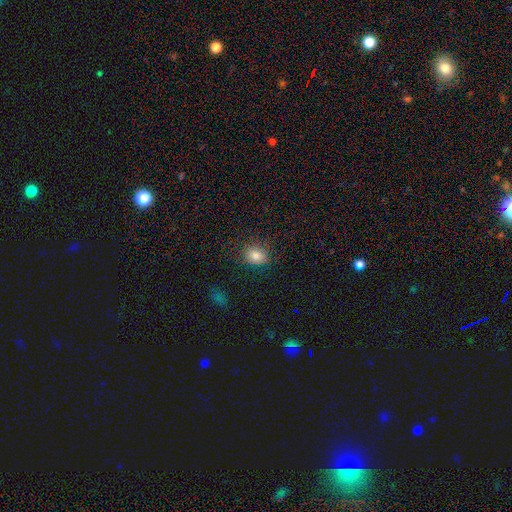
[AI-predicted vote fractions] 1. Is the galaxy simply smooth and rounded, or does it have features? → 83% smooth, 10% star or artifact, 6% featured or disk.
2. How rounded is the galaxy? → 57% round, 42% in between, 1% cigar-shaped.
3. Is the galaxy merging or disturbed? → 83% none, 12% minor disturbance, 4% major disturbance, 1% merger.